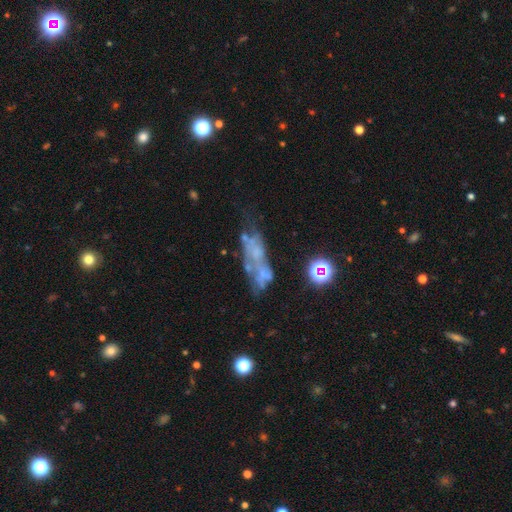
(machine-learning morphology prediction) Smooth or featured?
  - featured or disk: 51% *
  - smooth: 27%
  - star or artifact: 22%
Edge-on disk?
  - no: 84% *
  - yes: 16%
Merging?
  - none: 37% *
  - major disturbance: 23%
  - merger: 21%
  - minor disturbance: 19%